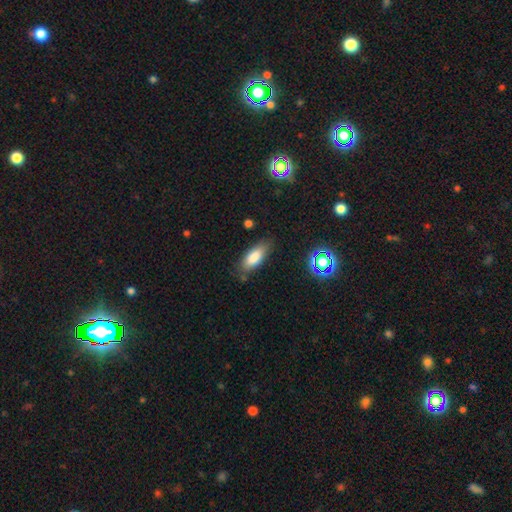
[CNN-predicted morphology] This is clearly a smooth galaxy (82%). How rounded: likely in between (79%). Merging: likely none (79%).